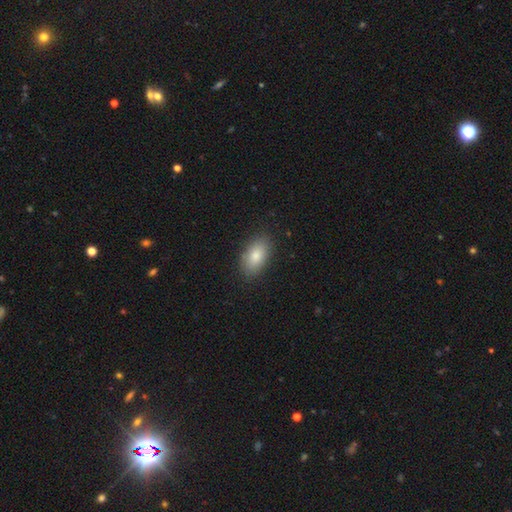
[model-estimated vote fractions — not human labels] The model was most divided on "smooth or featured": smooth: 84%, featured or disk: 9%, star or artifact: 7%. More confident: how rounded — in between (92%); merging — none (85%).